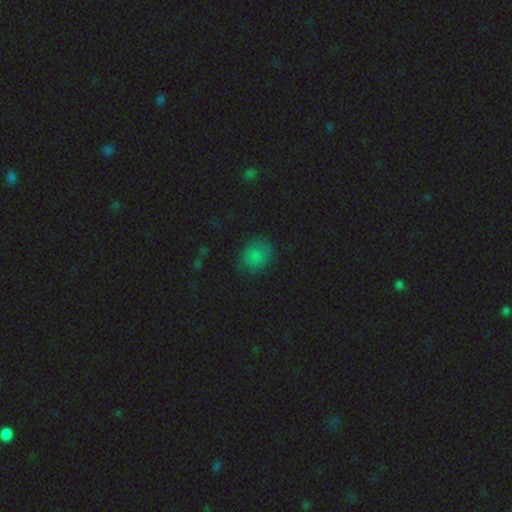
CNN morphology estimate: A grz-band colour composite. It shows a smooth galaxy with no disk features (76%) that is round (65%). Merging: none (79%).